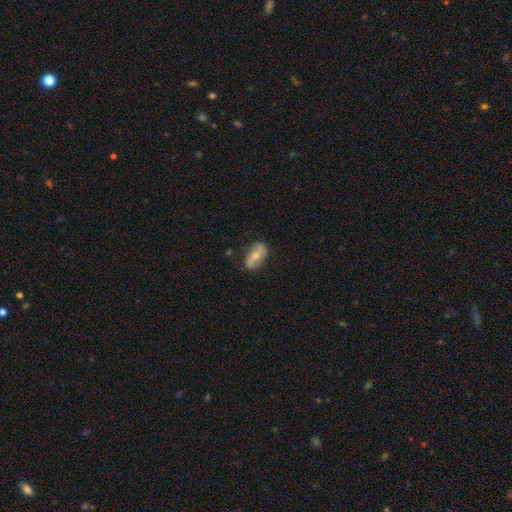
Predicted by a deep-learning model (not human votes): smooth_or_featured: featured or disk (p=0.56) [alt: smooth p=0.37]
disk_edge_on: no (p=0.90) [alt: yes p=0.10]
bar: no (p=0.45) [alt: strong p=0.28]
has_spiral_arms: yes (p=0.69) [alt: no p=0.31]
bulge_size: moderate (p=0.61) [alt: small p=0.34]
merging: none (p=0.78) [alt: minor disturbance p=0.16]